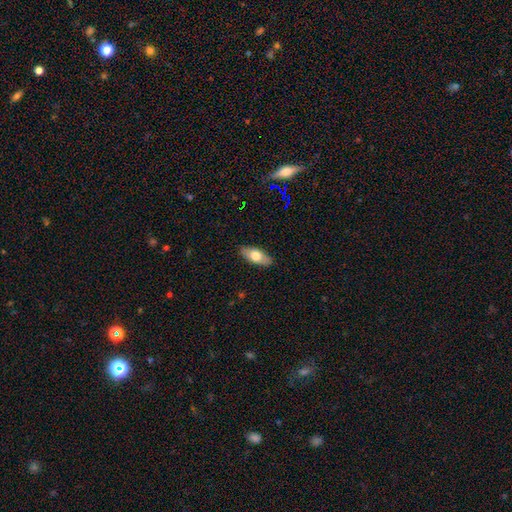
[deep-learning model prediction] Smooth or featured: smooth — 67% (featured or disk — 26%)
How rounded: in between — 84% (cigar-shaped — 13%)
Merging: none — 86% (minor disturbance — 11%)